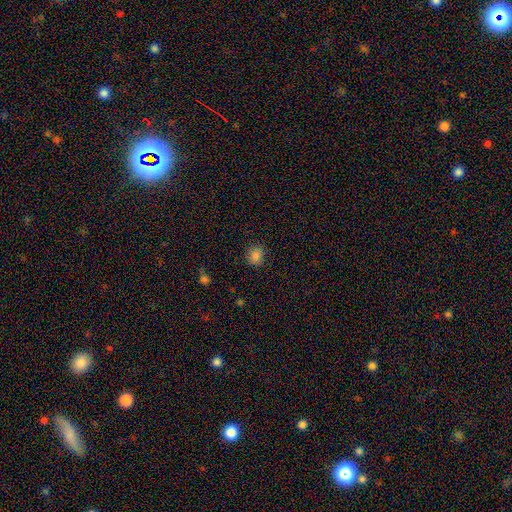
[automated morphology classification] smooth 83%, star or artifact 13%, featured or disk 4%. Down the decision tree: how rounded — round (62%); merging — none (84%).